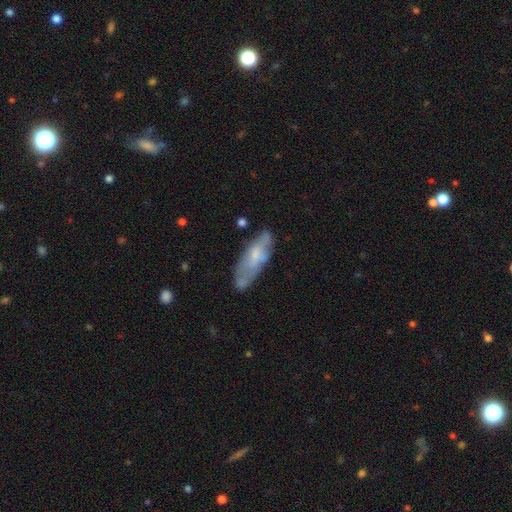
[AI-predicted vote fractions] Smooth or featured: smooth — 54% (featured or disk — 39%)
How rounded: in between — 60% (cigar-shaped — 38%)
Merging: none — 58% (minor disturbance — 27%)